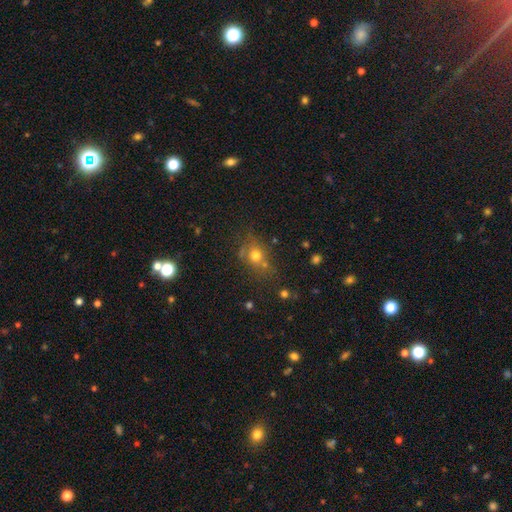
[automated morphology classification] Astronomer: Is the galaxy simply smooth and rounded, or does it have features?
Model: smooth — 68%.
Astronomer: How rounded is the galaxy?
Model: round — 68%.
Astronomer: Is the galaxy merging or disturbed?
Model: none — 63%.